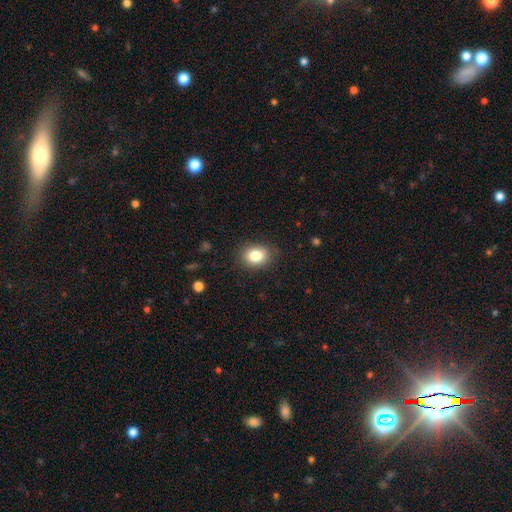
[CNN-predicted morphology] Smooth or featured?
  - smooth: 82% *
  - star or artifact: 10%
  - featured or disk: 8%
How rounded?
  - in between: 53% *
  - round: 46%
  - cigar-shaped: 1%
Merging?
  - none: 83% *
  - minor disturbance: 13%
  - major disturbance: 3%
  - merger: 1%